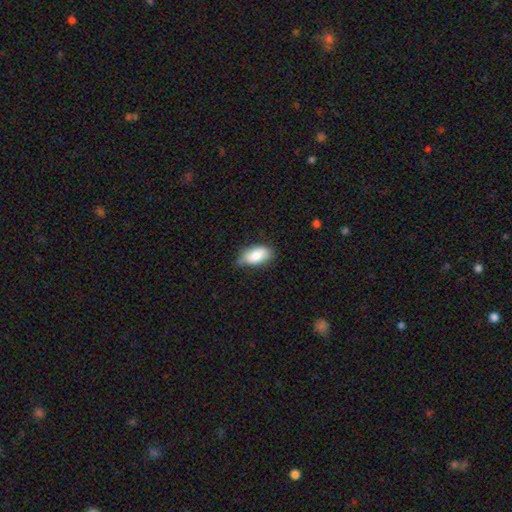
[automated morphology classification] The model was most divided on "merging": none: 64%, minor disturbance: 29%, major disturbance: 5%, merger: 2%. More confident: how rounded — in between (92%); smooth or featured — smooth (83%).